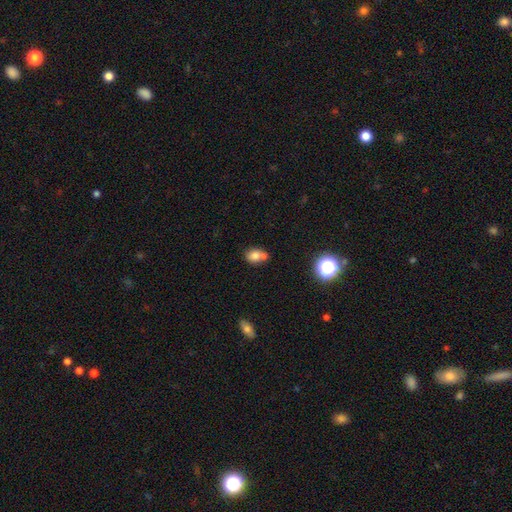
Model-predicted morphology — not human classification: type=smooth (76%); roundness=in between (54%); merging=none (41%).